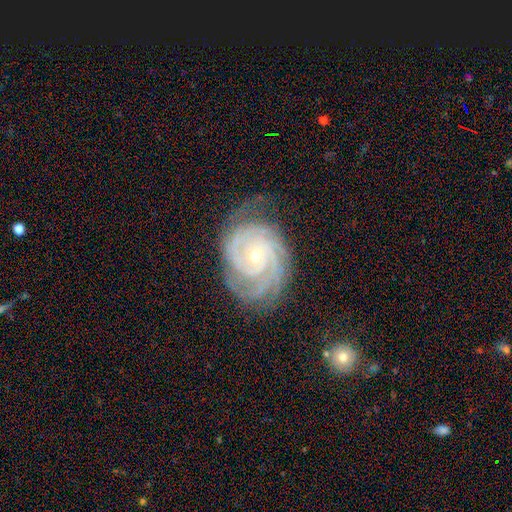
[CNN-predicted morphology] This appears to be a featured or disk galaxy (91%) with no bar (74%), 3 (32%) tight (78%) spiral arms (98%) and a small central bulge (66%). Merging: none (72%).